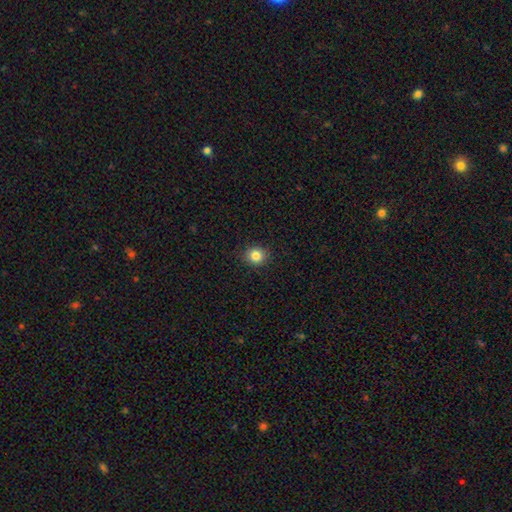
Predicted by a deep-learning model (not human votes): This is clearly a smooth galaxy (83%). How rounded: clearly round (85%). Merging: clearly none (90%).